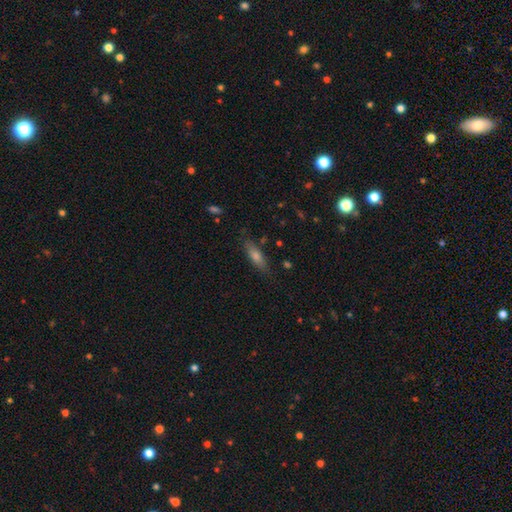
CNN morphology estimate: This is possibly a smooth galaxy (60%). How rounded: likely cigar-shaped (62%). Merging: clearly none (81%).